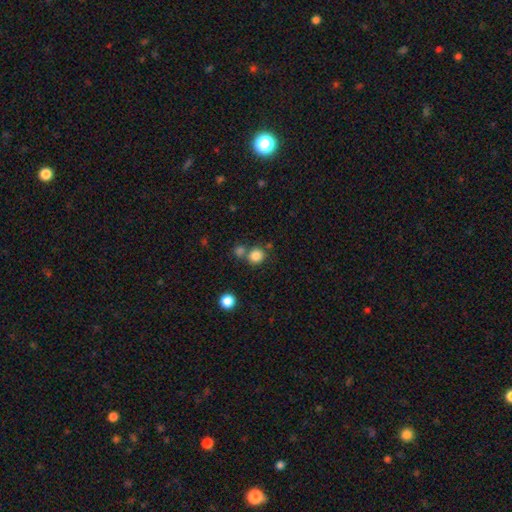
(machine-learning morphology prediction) smooth-or-featured: smooth: 83% | star or artifact: 12% | featured or disk: 5%
  how-rounded: round: 85% | in between: 14% | cigar-shaped: 1%
  merging: none: 66% | merger: 22% | minor disturbance: 9% | major disturbance: 3%